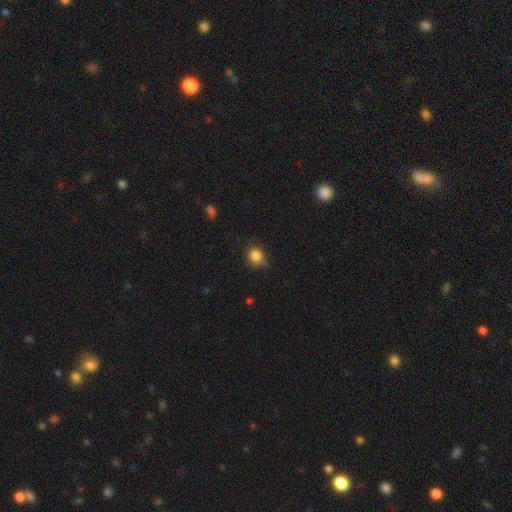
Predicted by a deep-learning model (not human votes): smooth 85%, star or artifact 11%, featured or disk 5%. Down the decision tree: how rounded — round (67%); merging — none (73%).